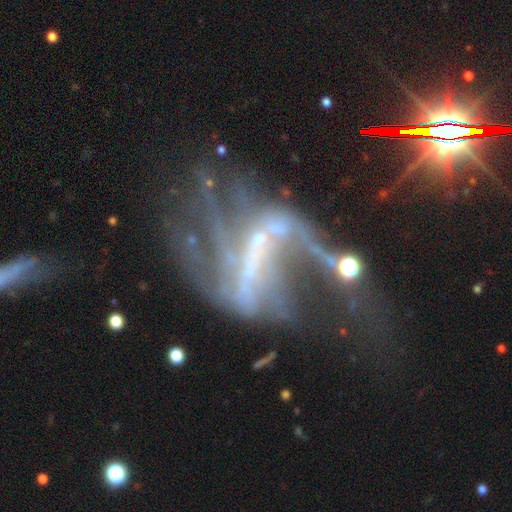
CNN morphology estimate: Overall: featured or disk (76%). Edge-on disk: no (94%). Bar: strong (50%; weak 26%). Spiral arms: yes (65%; no 35%). Bulge size: none (43%; small 39%). Merging: major disturbance (49%; merger 21%).